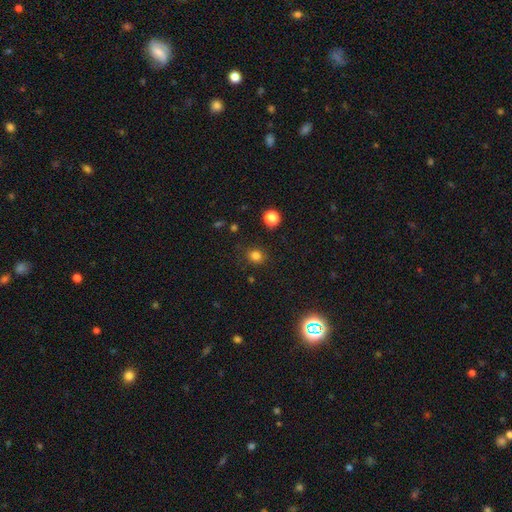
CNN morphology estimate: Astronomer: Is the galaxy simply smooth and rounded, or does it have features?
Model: smooth — 81%.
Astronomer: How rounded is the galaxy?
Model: round — 79%.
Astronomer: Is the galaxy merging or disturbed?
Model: none — 85%.